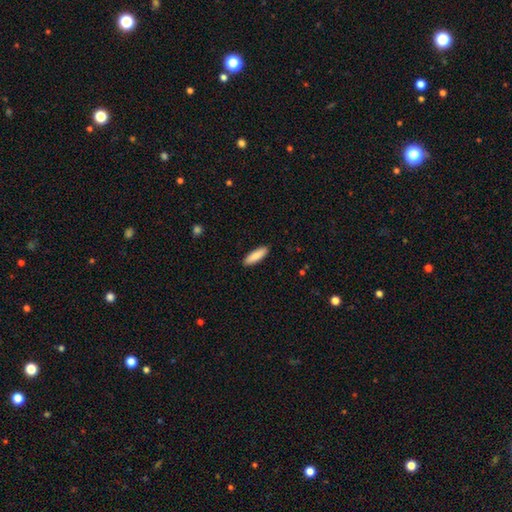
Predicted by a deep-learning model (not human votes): A smooth galaxy with no disk features (87%) that is cigar-shaped (57%). Merging: none (90%).